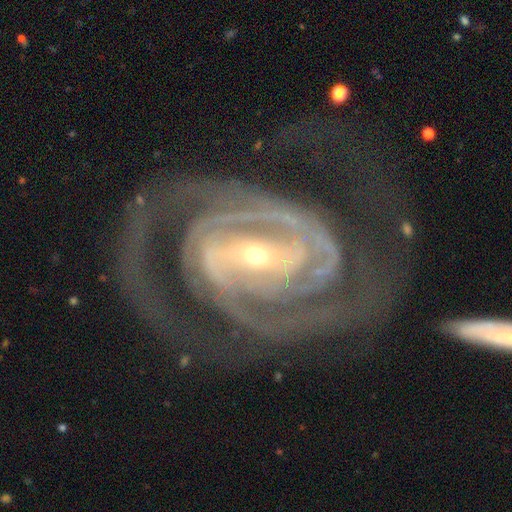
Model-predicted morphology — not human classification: A featured or disk galaxy (92%) with a strong bar (55%), 2 (66%) tight (55%) spiral arms (98%) and a small central bulge (68%). Merging: none (58%).